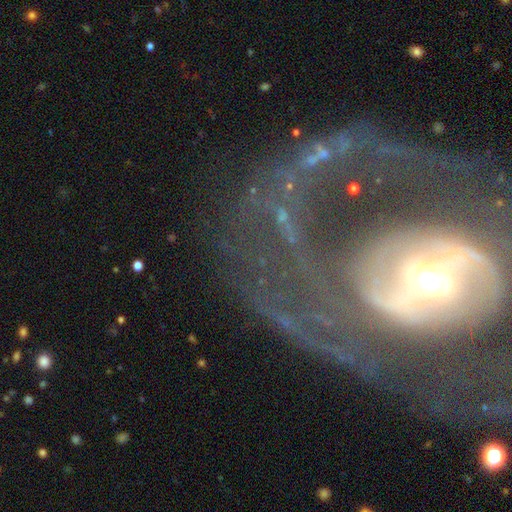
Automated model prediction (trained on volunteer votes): smooth_or_featured: featured or disk (p=0.71) [alt: star or artifact p=0.16]
disk_edge_on: no (p=0.92) [alt: yes p=0.08]
bar: no (p=0.39) [alt: strong p=0.32]
has_spiral_arms: yes (p=0.75) [alt: no p=0.25]
bulge_size: moderate (p=0.51) [alt: small p=0.30]
merging: none (p=0.56) [alt: major disturbance p=0.24]